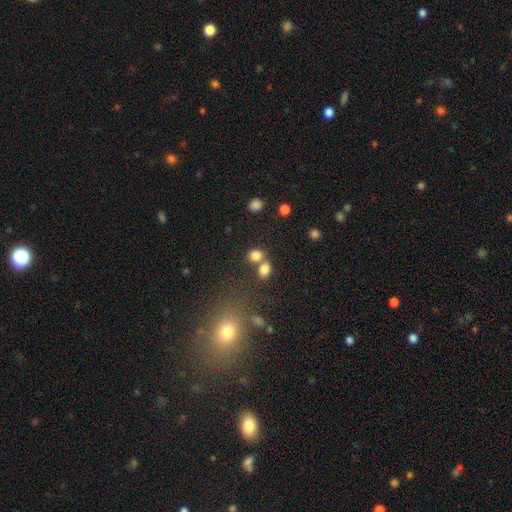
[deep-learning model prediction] Smooth or featured? smooth (80%)
How rounded? round (51%)
Merging? none (46%)